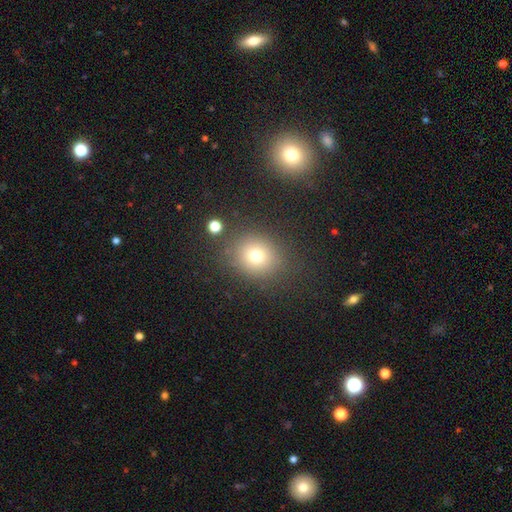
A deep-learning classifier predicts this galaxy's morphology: Smooth or featured? Predicted: smooth (p=0.73). How rounded? Predicted: round (p=0.76). Merging? Predicted: none (p=0.82).